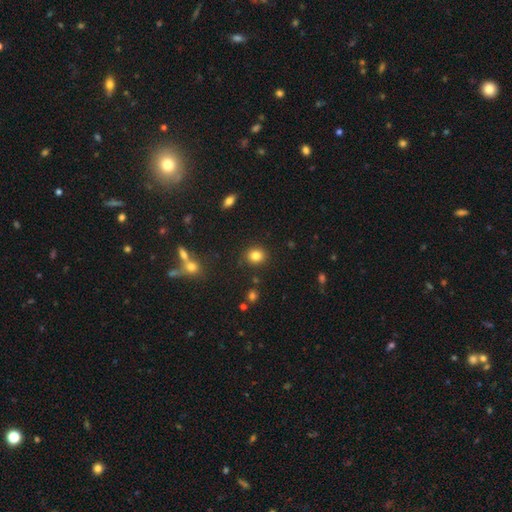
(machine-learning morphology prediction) A smooth galaxy with no disk features (83%) that is round (79%).

Vote fractions:
- Smooth or featured? smooth: 83% / star or artifact: 11% / featured or disk: 6%
- How rounded? round: 79% / in between: 20% / cigar-shaped: 1%
- Merging? none: 87% / minor disturbance: 8% / major disturbance: 3% / merger: 2%